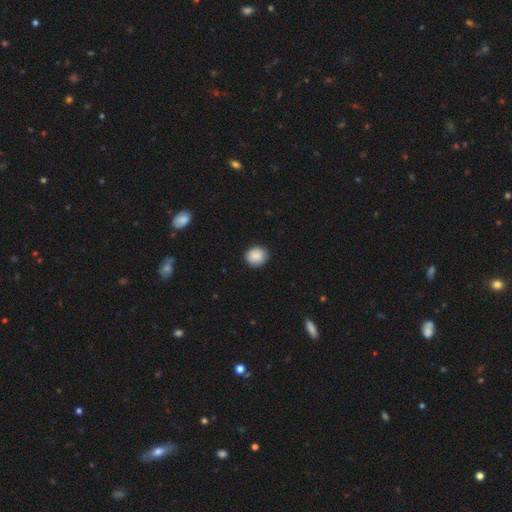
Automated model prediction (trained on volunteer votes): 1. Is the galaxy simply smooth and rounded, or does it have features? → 88% smooth, 7% star or artifact, 5% featured or disk.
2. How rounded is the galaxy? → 87% round, 12% in between, 1% cigar-shaped.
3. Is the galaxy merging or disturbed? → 88% none, 9% minor disturbance, 2% major disturbance, 1% merger.